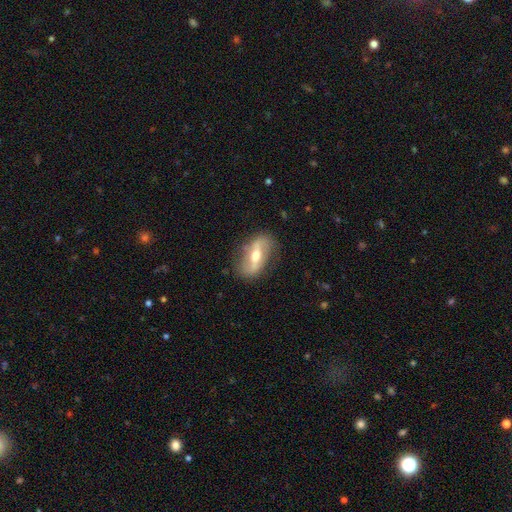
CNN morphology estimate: Smooth or featured? featured or disk (70%)
Edge-on disk? no (83%)
Bar? strong (57%)
Spiral arms? yes (65%)
Bulge size? moderate (72%)
Merging? none (79%)